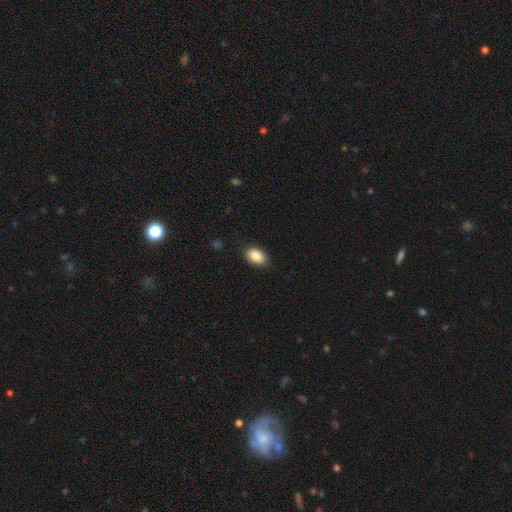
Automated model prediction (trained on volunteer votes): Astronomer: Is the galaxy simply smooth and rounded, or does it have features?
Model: smooth — 88%.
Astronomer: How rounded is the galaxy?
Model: in between — 90%.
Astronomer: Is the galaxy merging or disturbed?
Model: none — 86%.